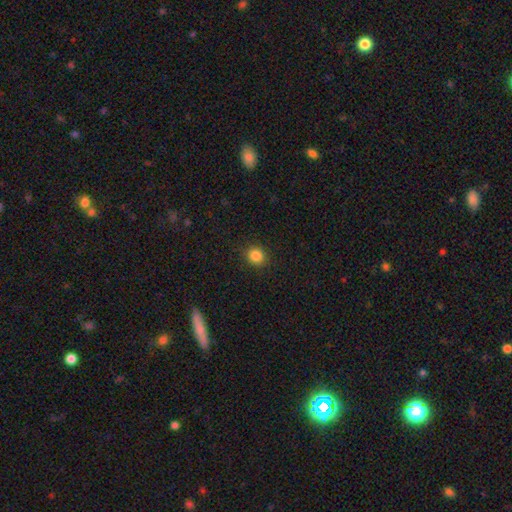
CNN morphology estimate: Overall: smooth (84%). How rounded: round (86%). Merging: none (91%).